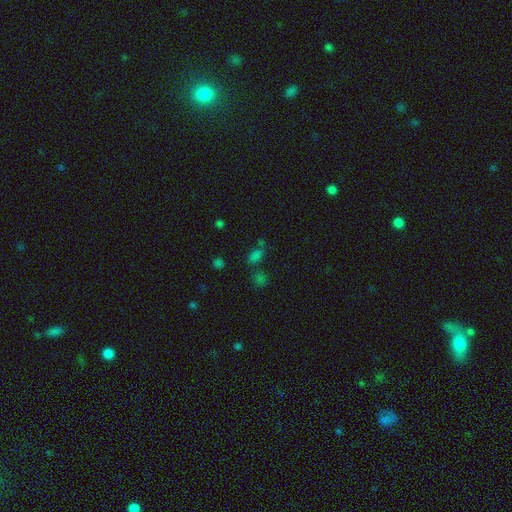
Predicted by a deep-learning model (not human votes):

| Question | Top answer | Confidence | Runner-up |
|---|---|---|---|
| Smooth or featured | smooth | 63% | star or artifact (30%) |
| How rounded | in between | 80% | round (14%) |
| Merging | none | 55% | merger (23%) |